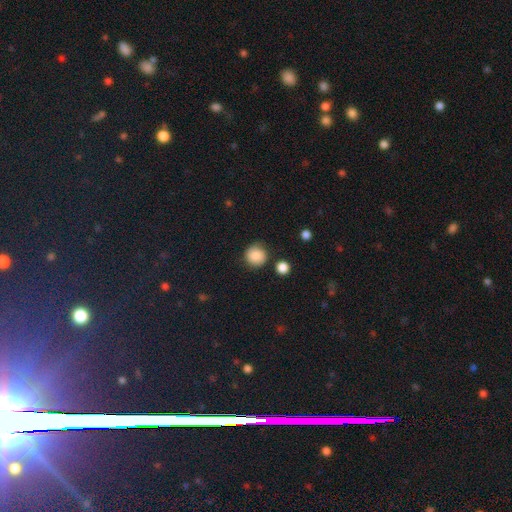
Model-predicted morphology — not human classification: Q: Smooth or featured?
A: smooth (84%); runner-up: star or artifact (9%)
Q: How rounded?
A: round (91%); runner-up: in between (8%)
Q: Merging?
A: none (79%); runner-up: minor disturbance (13%)